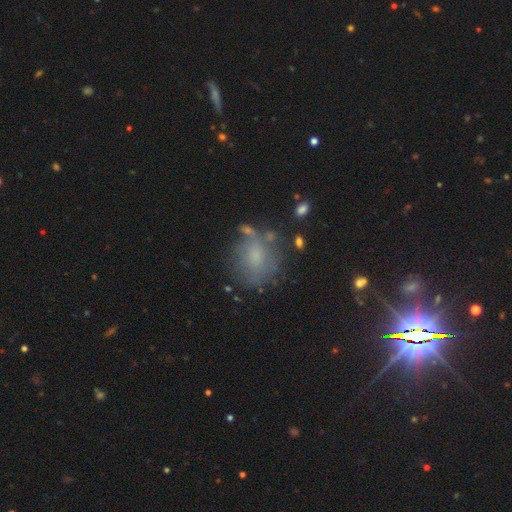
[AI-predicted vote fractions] smooth 52%, featured or disk 30%, star or artifact 18%. Down the decision tree: how rounded — round (67%); merging — none (57%).